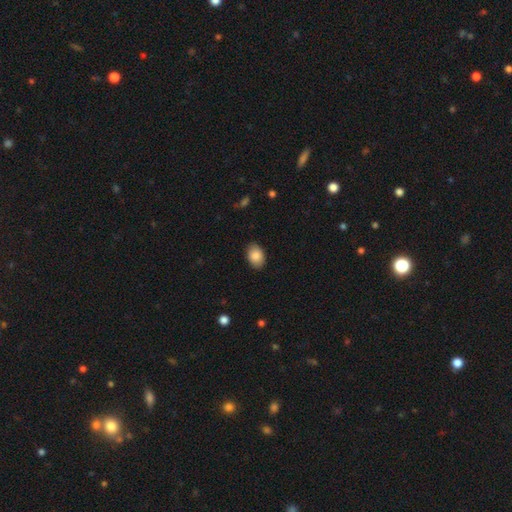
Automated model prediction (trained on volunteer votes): Smooth or featured? smooth (88%)
How rounded? in between (84%)
Merging? none (87%)